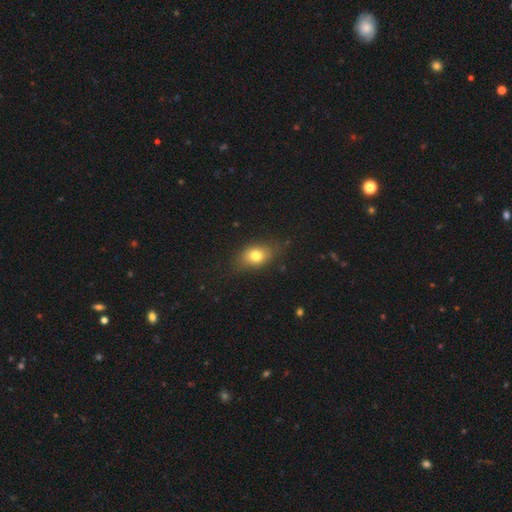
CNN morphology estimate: A smooth galaxy with no disk features (76%) that is in between round and cigar-shaped (71%). Merging: none (76%).